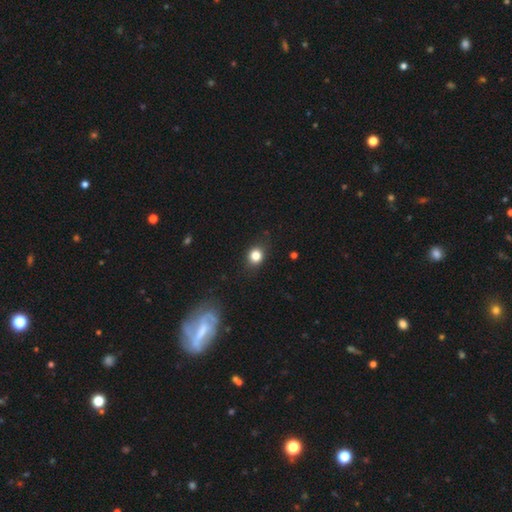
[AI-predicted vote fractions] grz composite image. It shows a smooth galaxy with no disk features (81%) that is round (67%). Merging: none (82%).